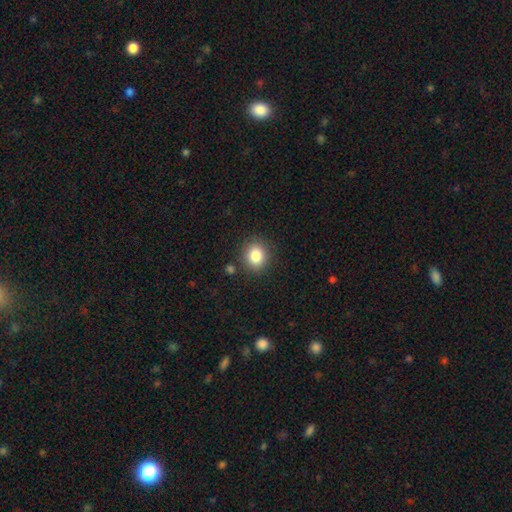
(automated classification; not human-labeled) The model was most divided on "how rounded": round: 76%, in between: 23%, cigar-shaped: 1%. More confident: merging — none (86%); smooth or featured — smooth (83%).